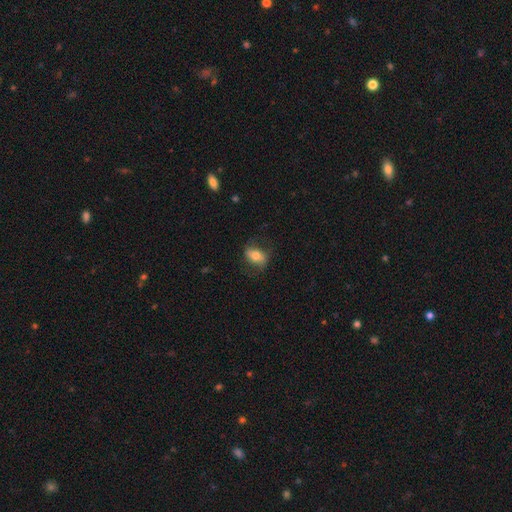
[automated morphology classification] smooth-or-featured: smooth: 61% | featured or disk: 31% | star or artifact: 8%
  how-rounded: in between: 80% | round: 16% | cigar-shaped: 4%
  merging: none: 70% | minor disturbance: 20% | major disturbance: 9% | merger: 1%